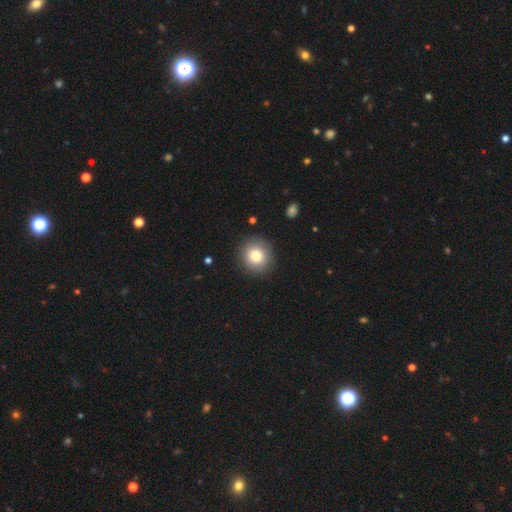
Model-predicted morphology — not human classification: This is clearly a smooth galaxy (81%). How rounded: clearly round (86%). Merging: clearly none (89%).